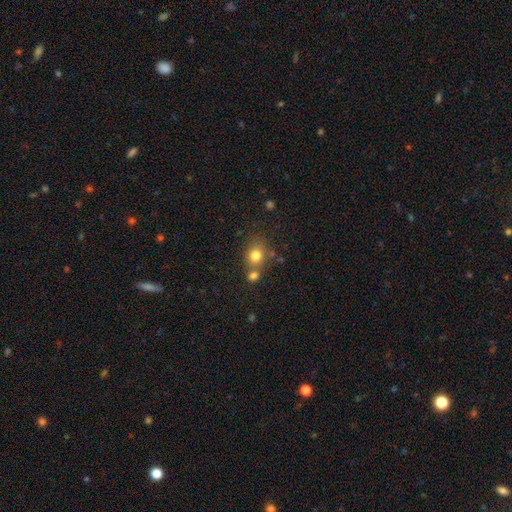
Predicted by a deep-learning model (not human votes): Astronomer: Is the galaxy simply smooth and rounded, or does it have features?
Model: smooth — 78%.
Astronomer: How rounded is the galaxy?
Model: round — 71%.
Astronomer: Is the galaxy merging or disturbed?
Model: none — 55% (runner-up: merger, 30%).